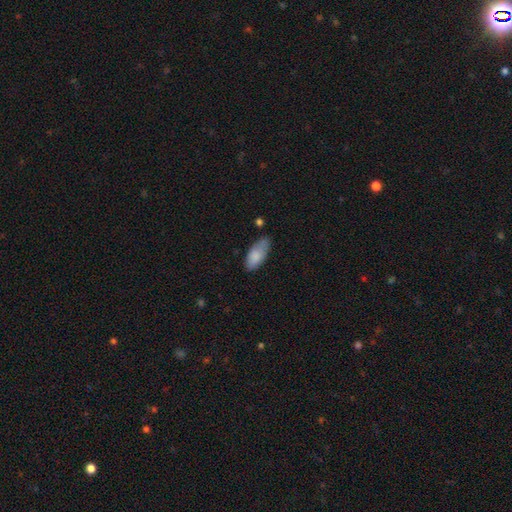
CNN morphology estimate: Smooth or featured: smooth — 84% (featured or disk — 10%)
How rounded: in between — 86% (cigar-shaped — 12%)
Merging: none — 60% (minor disturbance — 30%)